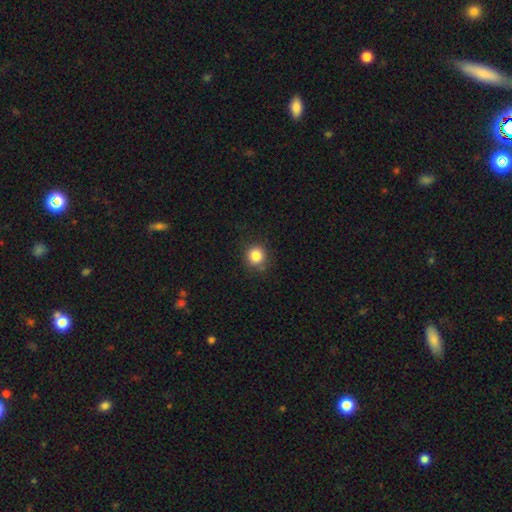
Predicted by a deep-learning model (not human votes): Smooth or featured? Predicted: smooth (p=0.85). How rounded? Predicted: round (p=0.92). Merging? Predicted: none (p=0.85).